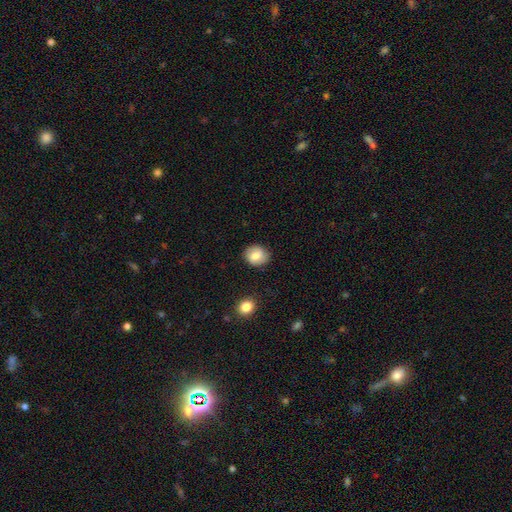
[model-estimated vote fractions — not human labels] This appears to be a smooth galaxy with no disk features (78%) that is round (75%). Merging: none (85%).